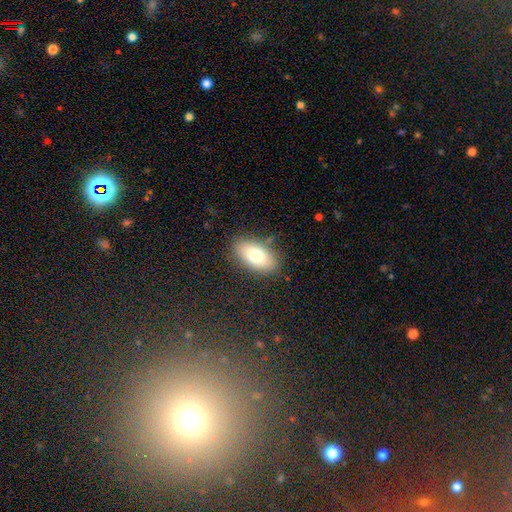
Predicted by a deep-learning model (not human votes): Q: Smooth or featured?
A: smooth (76%); runner-up: featured or disk (16%)
Q: How rounded?
A: in between (93%); runner-up: round (4%)
Q: Merging?
A: none (83%); runner-up: minor disturbance (12%)